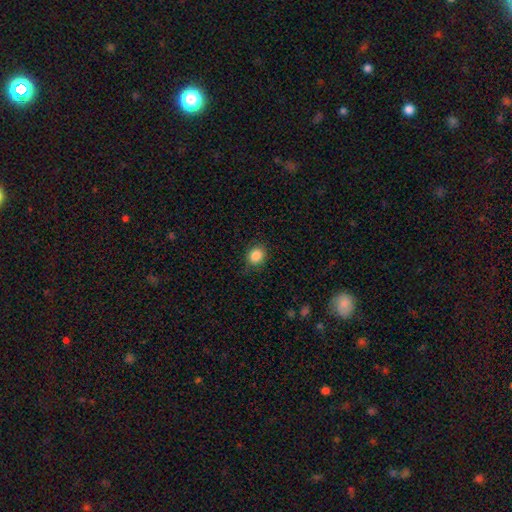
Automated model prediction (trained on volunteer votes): This is clearly a smooth galaxy (86%). How rounded: likely round (65%). Merging: clearly none (82%).